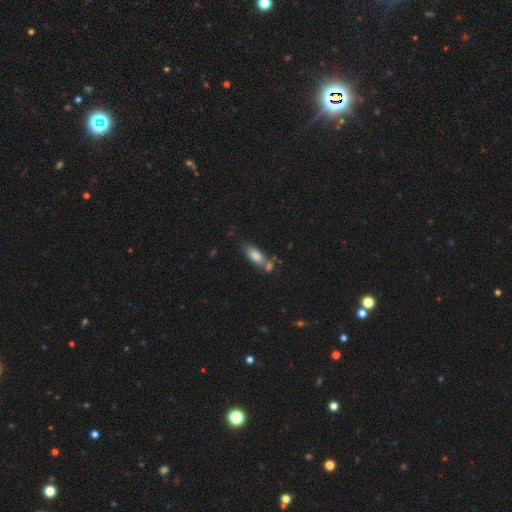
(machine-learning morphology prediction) smooth-or-featured: smooth: 81% | featured or disk: 11% | star or artifact: 8%
  how-rounded: in between: 83% | cigar-shaped: 13% | round: 3%
  merging: none: 48% | merger: 33% | minor disturbance: 15% | major disturbance: 5%